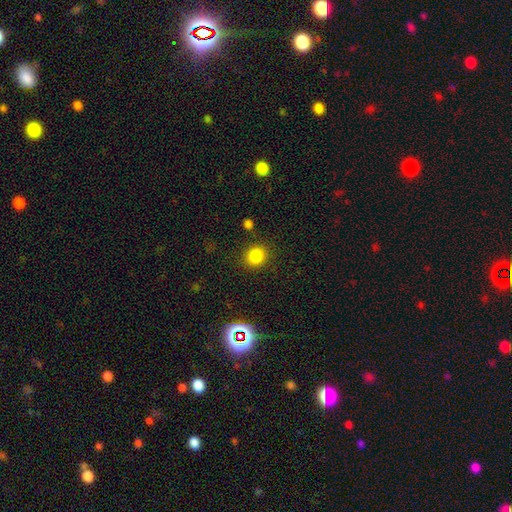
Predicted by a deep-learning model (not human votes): Morphology: type=smooth (83%); roundness=round (79%); merging=none (86%).